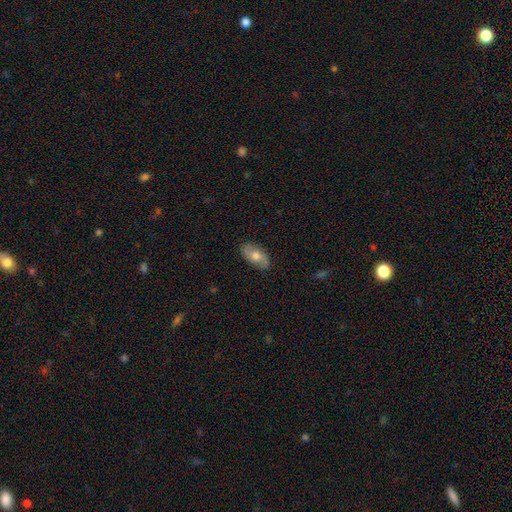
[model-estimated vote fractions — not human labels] A smooth galaxy with no disk features (51%) that is in between round and cigar-shaped (90%).

Vote fractions:
- Smooth or featured? smooth: 51% / featured or disk: 42% / star or artifact: 7%
- How rounded? in between: 90% / round: 6% / cigar-shaped: 4%
- Merging? none: 82% / minor disturbance: 14% / major disturbance: 3% / merger: 1%